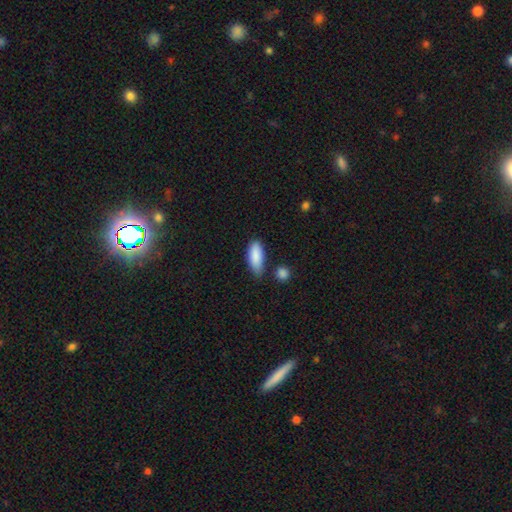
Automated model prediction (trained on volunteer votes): Q: Smooth or featured?
A: smooth (87%); runner-up: featured or disk (6%)
Q: How rounded?
A: in between (76%); runner-up: cigar-shaped (22%)
Q: Merging?
A: none (65%); runner-up: minor disturbance (24%)